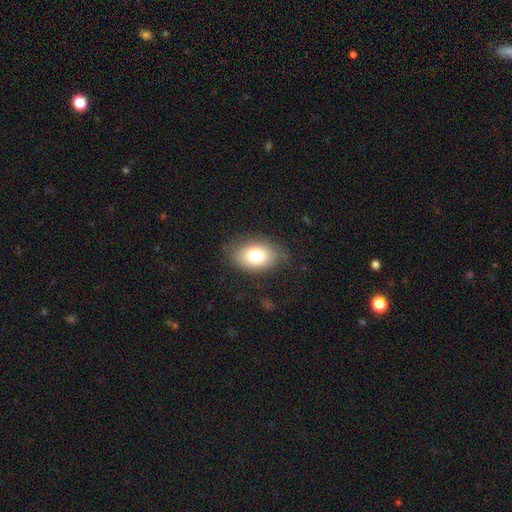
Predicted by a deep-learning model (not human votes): This is likely a smooth galaxy (76%). How rounded: clearly in between (81%). Merging: likely none (80%).